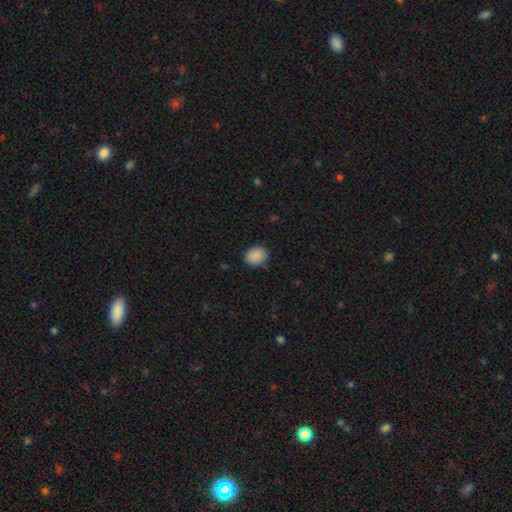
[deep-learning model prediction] A smooth galaxy with no disk features (89%) that is round (51%).

Vote fractions:
- Smooth or featured? smooth: 89% / star or artifact: 8% / featured or disk: 3%
- How rounded? round: 51% / in between: 48% / cigar-shaped: 1%
- Merging? none: 84% / minor disturbance: 12% / major disturbance: 3% / merger: 1%